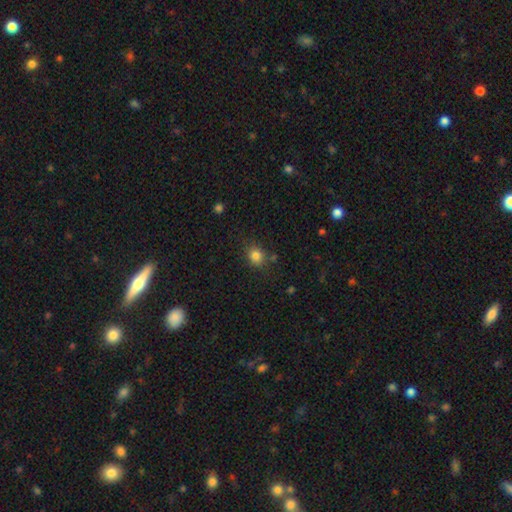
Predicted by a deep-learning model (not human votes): Smooth or featured?
  - smooth: 82% *
  - star or artifact: 12%
  - featured or disk: 6%
How rounded?
  - round: 71% *
  - in between: 28%
  - cigar-shaped: 1%
Merging?
  - none: 78% *
  - minor disturbance: 13%
  - merger: 5%
  - major disturbance: 4%